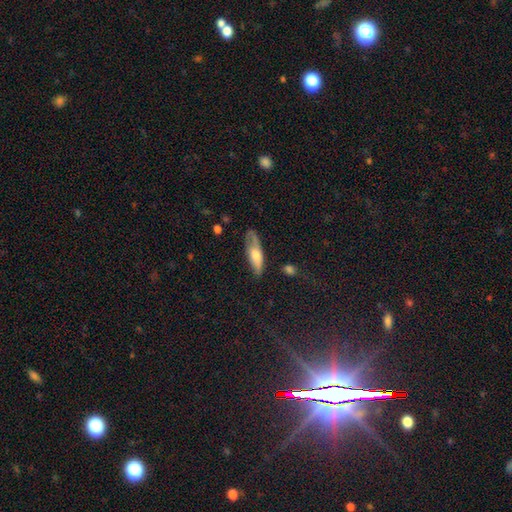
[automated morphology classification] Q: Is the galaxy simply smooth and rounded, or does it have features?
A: smooth — 63%.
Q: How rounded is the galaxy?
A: in between — 51%.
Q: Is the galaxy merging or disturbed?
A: none — 58%.